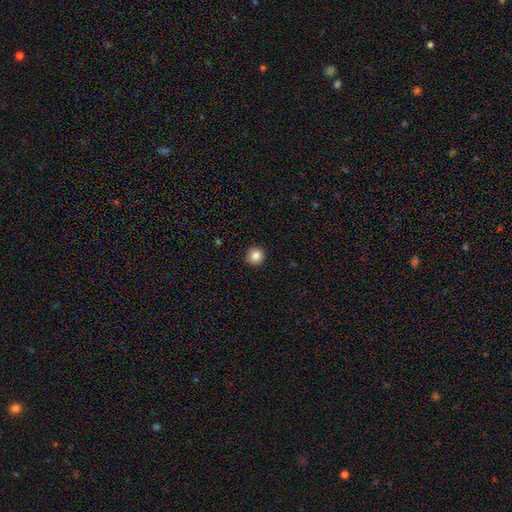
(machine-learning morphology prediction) The model was most divided on "smooth or featured": smooth: 86%, star or artifact: 10%, featured or disk: 4%. More confident: how rounded — round (95%); merging — none (90%).